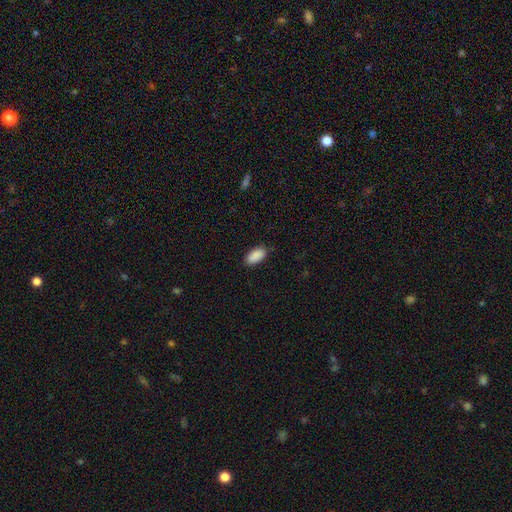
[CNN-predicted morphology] Smooth or featured?
  - smooth: 90% *
  - star or artifact: 7%
  - featured or disk: 3%
How rounded?
  - in between: 93% *
  - cigar-shaped: 5%
  - round: 2%
Merging?
  - none: 87% *
  - minor disturbance: 10%
  - major disturbance: 2%
  - merger: 1%